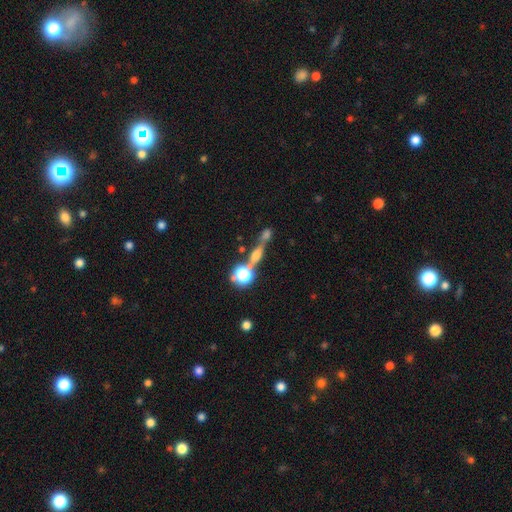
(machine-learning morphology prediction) Smooth or featured? Predicted: smooth (p=0.40). Merging? Predicted: none (p=0.50).